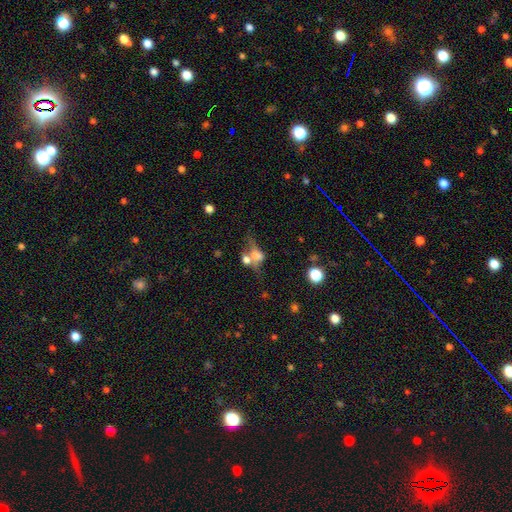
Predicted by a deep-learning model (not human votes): Q: Smooth or featured?
A: smooth (52%); runner-up: featured or disk (32%)
Q: How rounded?
A: in between (58%); runner-up: round (32%)
Q: Merging?
A: merger (39%); runner-up: none (27%)